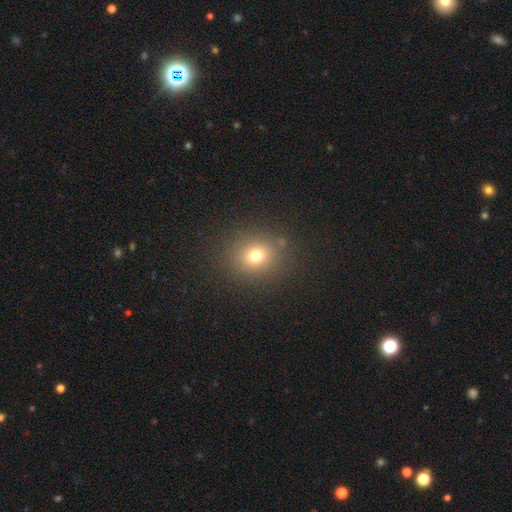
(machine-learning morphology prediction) Overall: smooth (71%). How rounded: round (81%). Merging: none (86%).